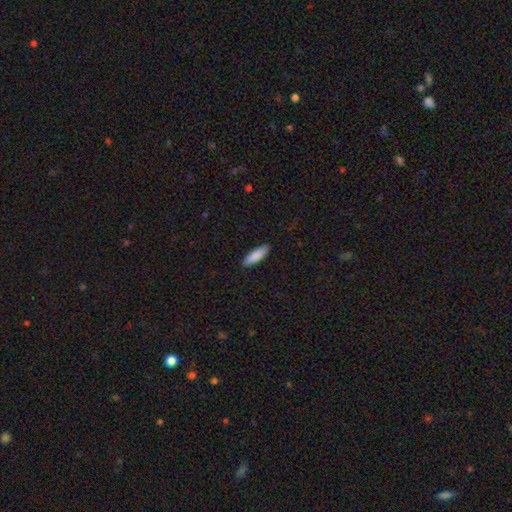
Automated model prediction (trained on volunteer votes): Smooth or featured? Predicted: smooth (p=0.88). How rounded? Predicted: cigar-shaped (p=0.53). Merging? Predicted: none (p=0.90).